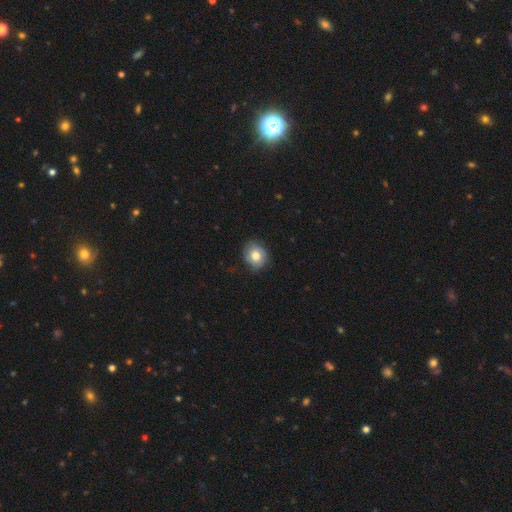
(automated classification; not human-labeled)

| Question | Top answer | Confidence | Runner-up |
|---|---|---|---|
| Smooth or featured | smooth | 72% | featured or disk (20%) |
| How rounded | round | 63% | in between (36%) |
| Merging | none | 77% | minor disturbance (18%) |